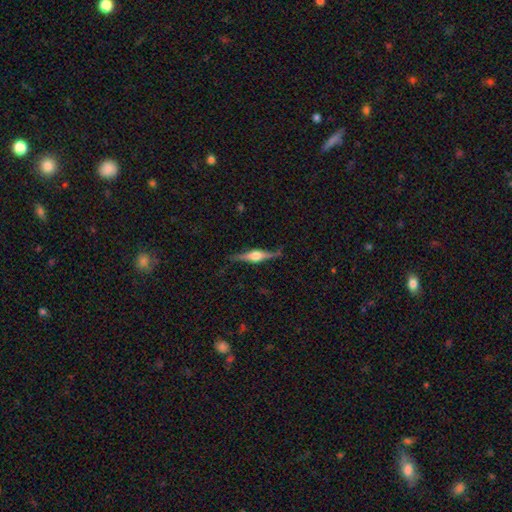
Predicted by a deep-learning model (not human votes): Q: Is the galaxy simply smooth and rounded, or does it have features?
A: featured or disk — 78%.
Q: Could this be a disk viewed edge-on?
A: yes — 97%.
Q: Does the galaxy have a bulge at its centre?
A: rounded — 91%.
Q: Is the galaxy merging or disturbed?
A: none — 83%.